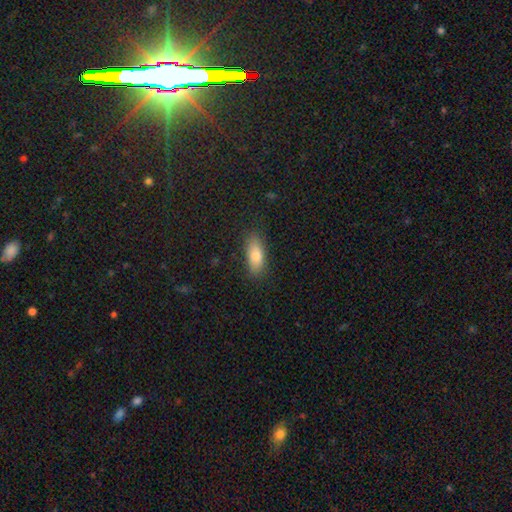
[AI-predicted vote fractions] smooth_or_featured: smooth (p=0.79) [alt: featured or disk p=0.14]
how_rounded: in between (p=0.76) [alt: cigar-shaped p=0.21]
merging: none (p=0.85) [alt: minor disturbance p=0.12]